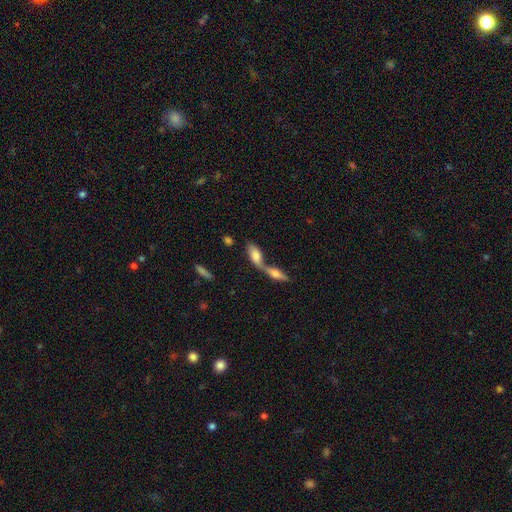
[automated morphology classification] Smooth or featured: smooth — 70% (featured or disk — 22%)
How rounded: in between — 80% (cigar-shaped — 17%)
Merging: merger — 70% (none — 19%)